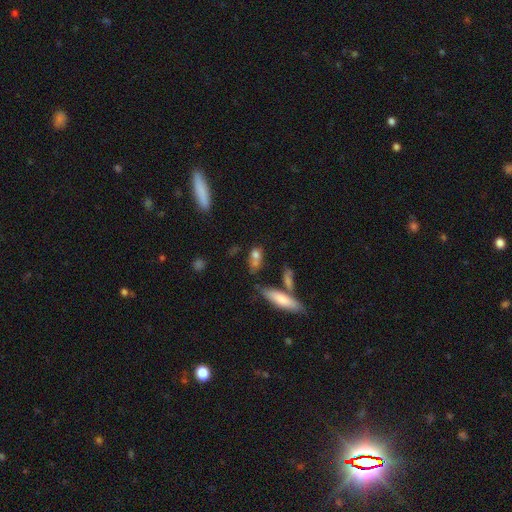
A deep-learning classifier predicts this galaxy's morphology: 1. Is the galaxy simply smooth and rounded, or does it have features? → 70% smooth, 19% featured or disk, 11% star or artifact.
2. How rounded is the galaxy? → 61% in between, 23% cigar-shaped, 16% round.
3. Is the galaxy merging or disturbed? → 40% none, 31% merger, 19% minor disturbance, 11% major disturbance.